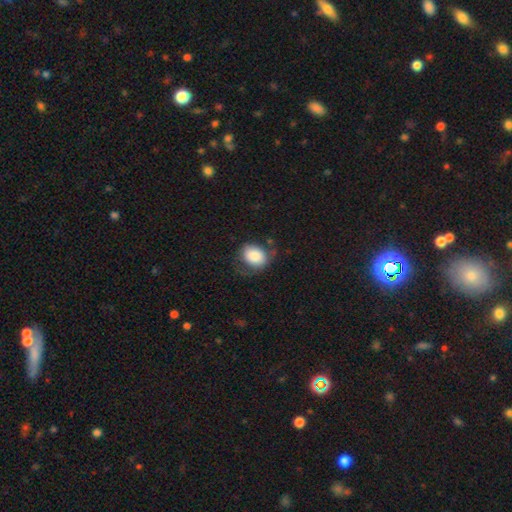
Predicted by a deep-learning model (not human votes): A smooth galaxy with no disk features (83%) that is in between round and cigar-shaped (54%). Merging: none (58%).